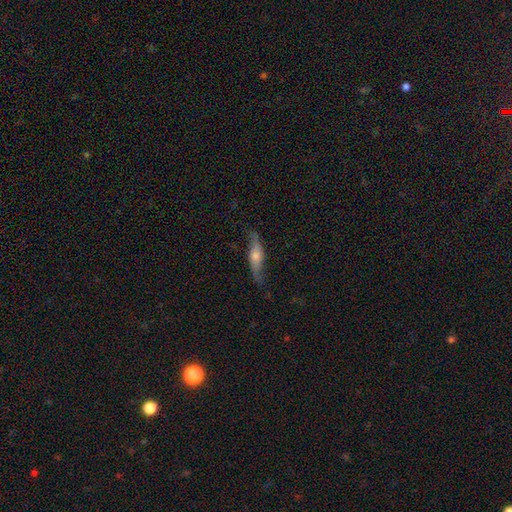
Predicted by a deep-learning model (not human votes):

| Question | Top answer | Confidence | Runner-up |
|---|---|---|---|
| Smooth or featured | featured or disk | 62% | smooth (31%) |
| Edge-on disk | yes | 54% | no (46%) |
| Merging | none | 71% | minor disturbance (20%) |